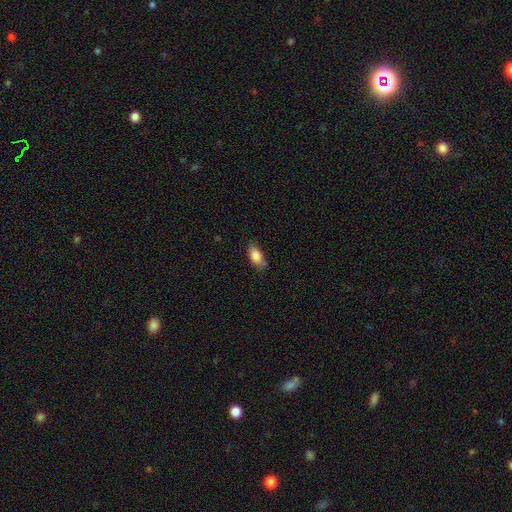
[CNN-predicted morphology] This is clearly a smooth galaxy (85%). How rounded: clearly in between (88%). Merging: likely none (64%).